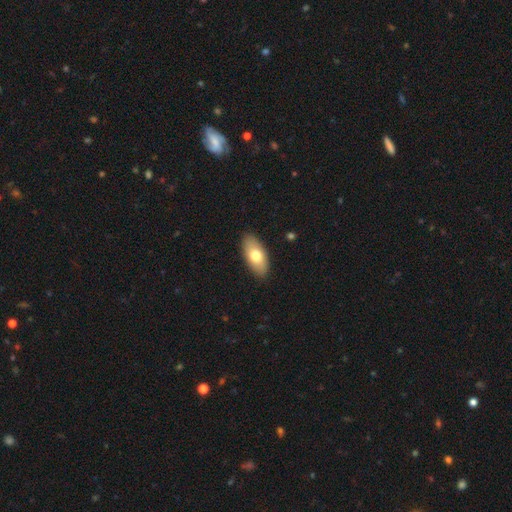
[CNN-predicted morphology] The model was most divided on "smooth or featured": smooth: 73%, featured or disk: 21%, star or artifact: 6%. More confident: how rounded — in between (89%); merging — none (89%).